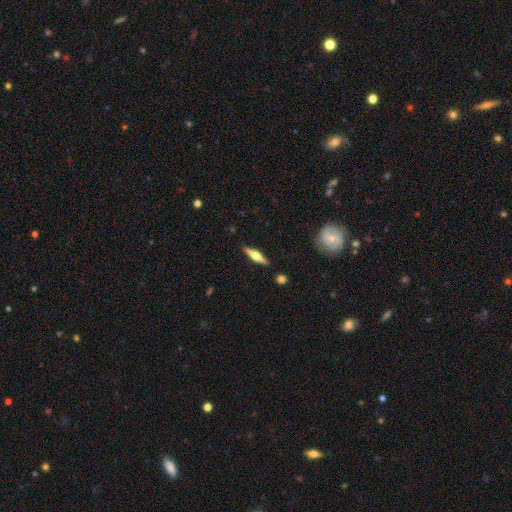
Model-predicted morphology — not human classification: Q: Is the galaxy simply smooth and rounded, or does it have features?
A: featured or disk — 54%.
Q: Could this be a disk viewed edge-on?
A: yes — 95%.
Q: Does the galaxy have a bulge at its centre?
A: rounded — 88%.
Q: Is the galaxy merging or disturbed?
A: none — 88%.